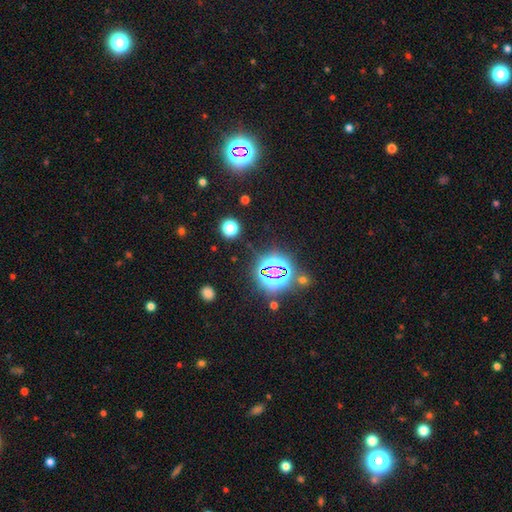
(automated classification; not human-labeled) star or artifact 79%, smooth 14%, featured or disk 7%.